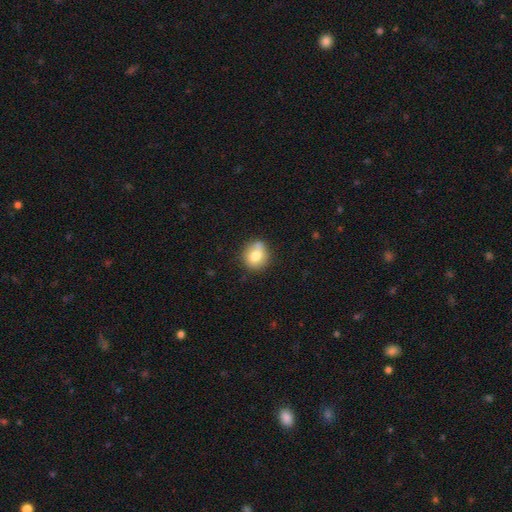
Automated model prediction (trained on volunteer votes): smooth-or-featured: smooth: 75% | featured or disk: 16% | star or artifact: 9%
  how-rounded: round: 77% | in between: 22% | cigar-shaped: 1%
  merging: none: 65% | minor disturbance: 19% | merger: 12% | major disturbance: 4%